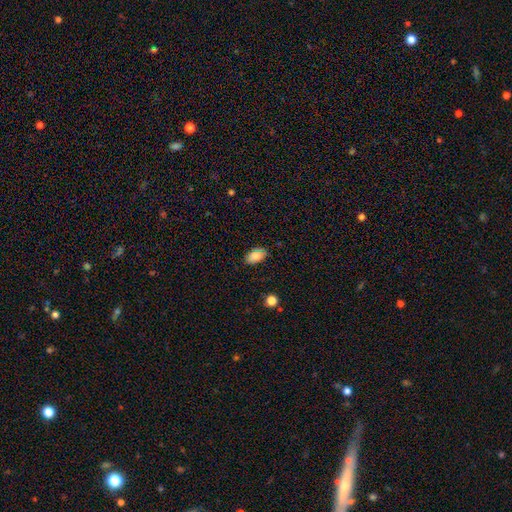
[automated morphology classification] Smooth or featured?
  - smooth: 82% *
  - star or artifact: 9%
  - featured or disk: 9%
How rounded?
  - in between: 92% *
  - round: 7%
  - cigar-shaped: 2%
Merging?
  - none: 80% *
  - minor disturbance: 15%
  - major disturbance: 3%
  - merger: 1%